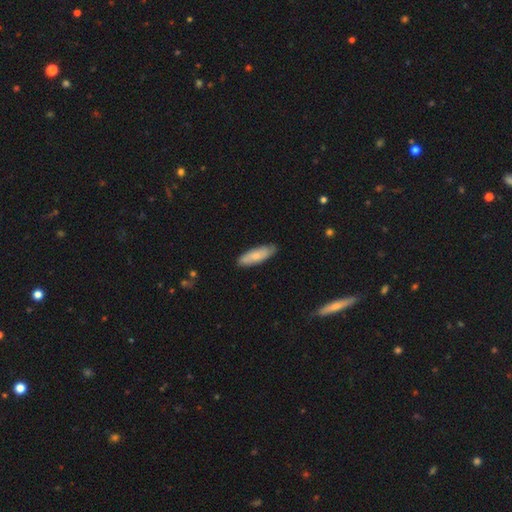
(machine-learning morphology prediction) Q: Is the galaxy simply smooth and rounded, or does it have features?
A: smooth — 75%.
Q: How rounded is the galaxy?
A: in between — 54%.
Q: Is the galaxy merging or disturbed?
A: none — 83%.